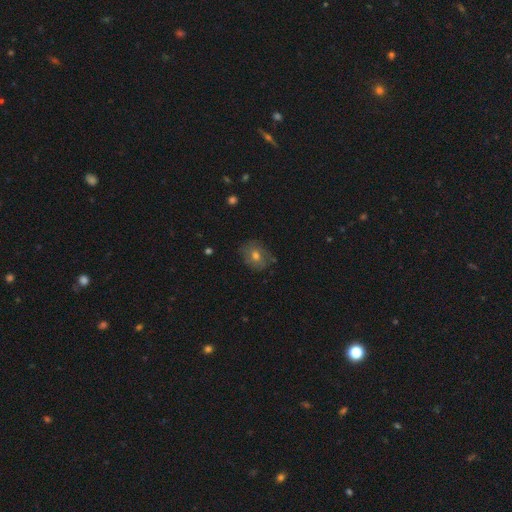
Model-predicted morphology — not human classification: Overall: smooth (61%; featured or disk 27%). How rounded: round (56%; in between 43%). Merging: none (75%).